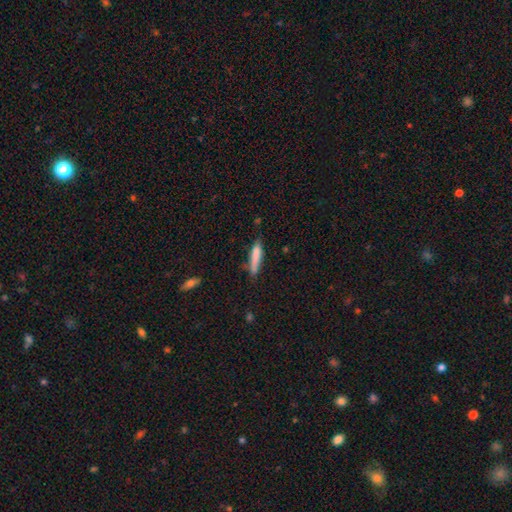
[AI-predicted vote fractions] smooth_or_featured: smooth (p=0.79) [alt: featured or disk p=0.14]
how_rounded: cigar-shaped (p=0.86) [alt: in between p=0.13]
merging: none (p=0.69) [alt: minor disturbance p=0.23]